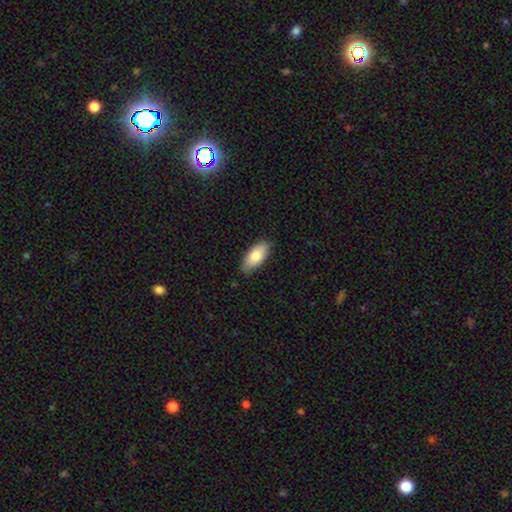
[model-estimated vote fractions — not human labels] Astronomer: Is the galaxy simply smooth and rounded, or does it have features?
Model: smooth — 80%.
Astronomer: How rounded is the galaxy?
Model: in between — 89%.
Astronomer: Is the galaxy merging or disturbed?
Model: none — 85%.